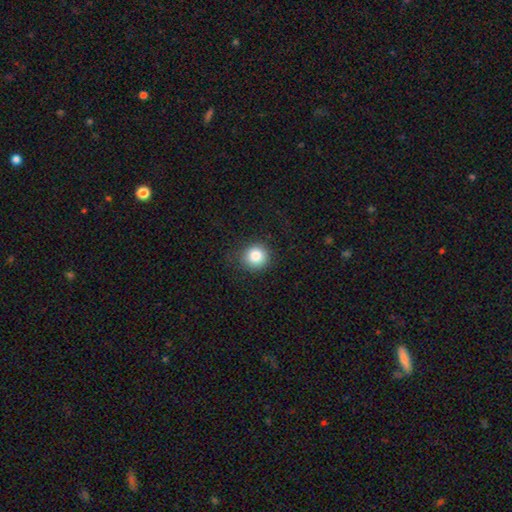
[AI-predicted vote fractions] Morphology: type=smooth (85%); roundness=round (91%); merging=none (85%).